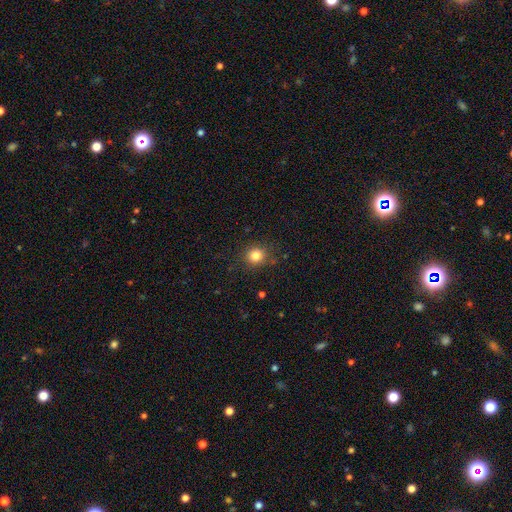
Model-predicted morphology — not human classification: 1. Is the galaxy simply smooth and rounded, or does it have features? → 82% smooth, 12% star or artifact, 6% featured or disk.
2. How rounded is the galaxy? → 83% round, 17% in between, 1% cigar-shaped.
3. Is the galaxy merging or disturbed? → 84% none, 11% minor disturbance, 3% major disturbance, 1% merger.